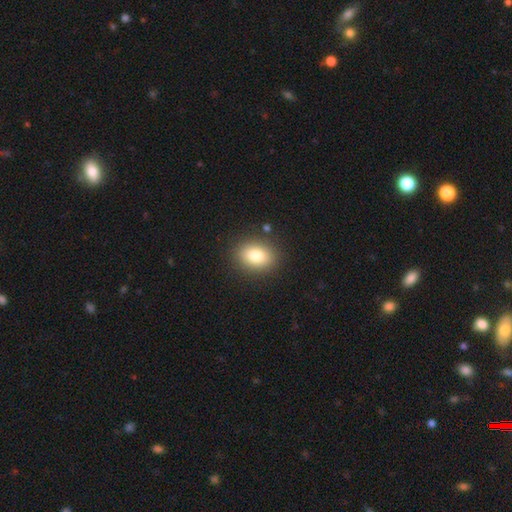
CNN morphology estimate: A smooth galaxy with no disk features (81%) that is in between round and cigar-shaped (58%). Merging: none (87%).